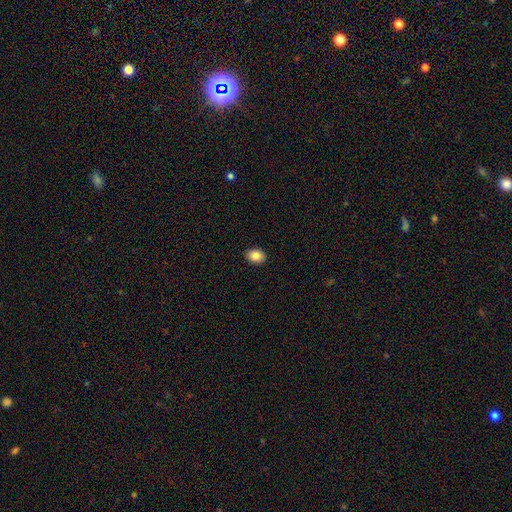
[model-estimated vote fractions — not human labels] A smooth galaxy with no disk features (86%) that is in between round and cigar-shaped (73%).

Vote fractions:
- Smooth or featured? smooth: 86% / star or artifact: 8% / featured or disk: 6%
- How rounded? in between: 73% / round: 26% / cigar-shaped: 1%
- Merging? none: 91% / minor disturbance: 7% / major disturbance: 2% / merger: 1%